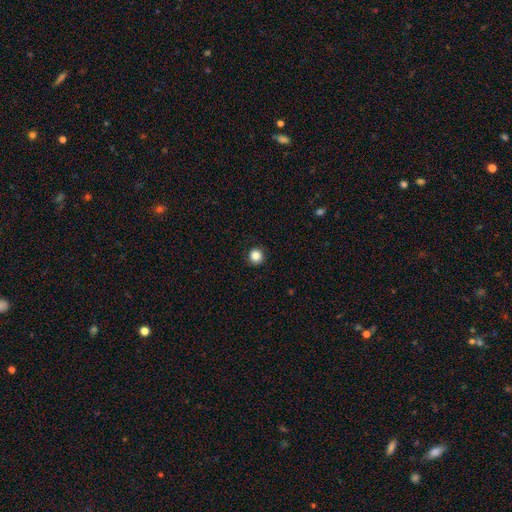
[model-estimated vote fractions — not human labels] This appears to be a smooth galaxy with no disk features (86%) that is round (95%). Merging: none (92%).